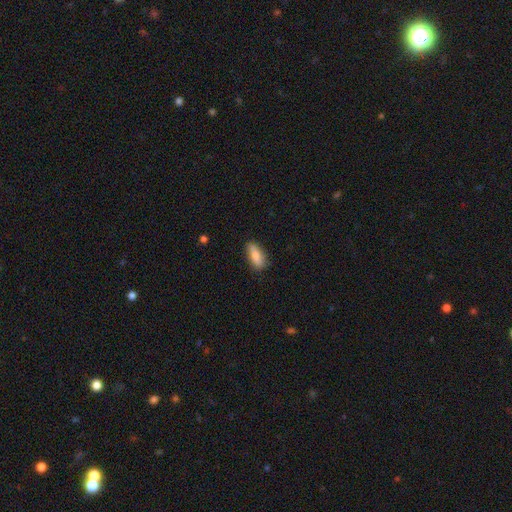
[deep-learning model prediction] Morphology: type=smooth (81%); roundness=in between (69%); merging=none (83%).